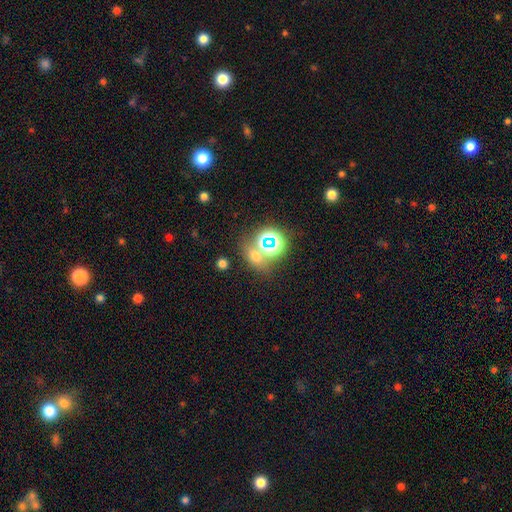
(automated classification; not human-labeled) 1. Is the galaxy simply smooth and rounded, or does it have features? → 50% smooth, 40% star or artifact, 10% featured or disk.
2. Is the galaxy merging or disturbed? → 65% none, 19% merger, 10% minor disturbance, 6% major disturbance.